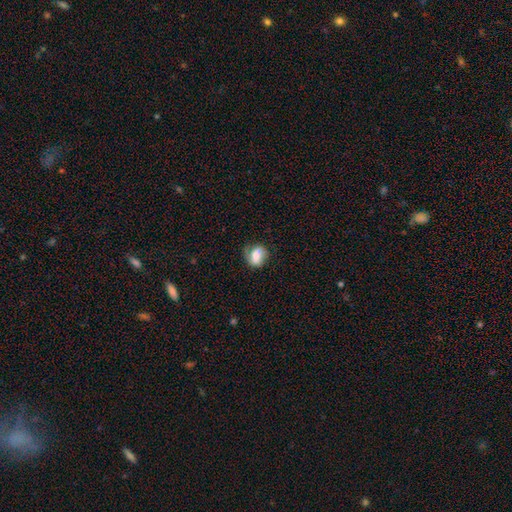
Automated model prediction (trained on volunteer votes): smooth 55%, featured or disk 37%, star or artifact 8%. Down the decision tree: how rounded — round (52%); merging — none (65%).